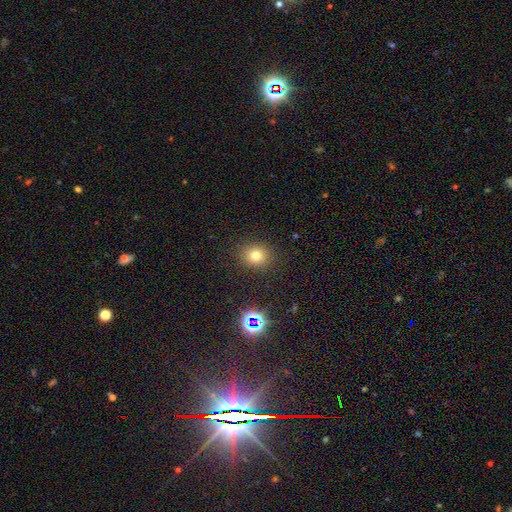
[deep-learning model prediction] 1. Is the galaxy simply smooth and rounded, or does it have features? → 73% smooth, 19% star or artifact, 9% featured or disk.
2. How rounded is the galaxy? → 77% round, 22% in between, 1% cigar-shaped.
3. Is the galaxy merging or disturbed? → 88% none, 7% minor disturbance, 3% major disturbance, 1% merger.